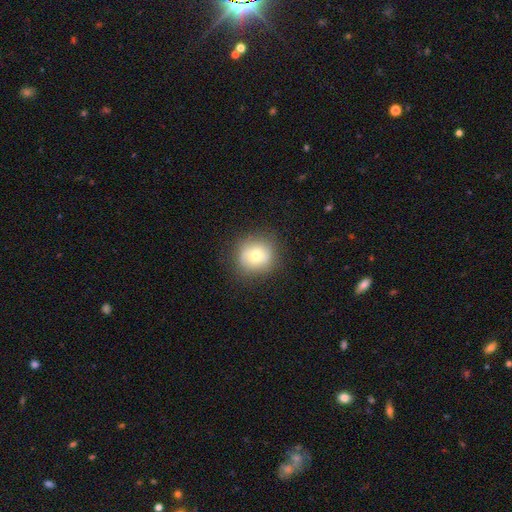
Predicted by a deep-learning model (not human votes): This appears to be a smooth galaxy with no disk features (66%) that is round (87%). Merging: none (83%).